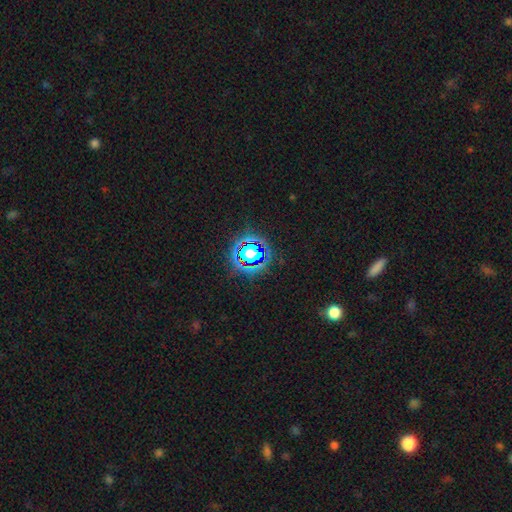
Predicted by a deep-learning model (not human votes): The model was most divided on "smooth or featured": star or artifact: 76%, smooth: 15%, featured or disk: 8%.